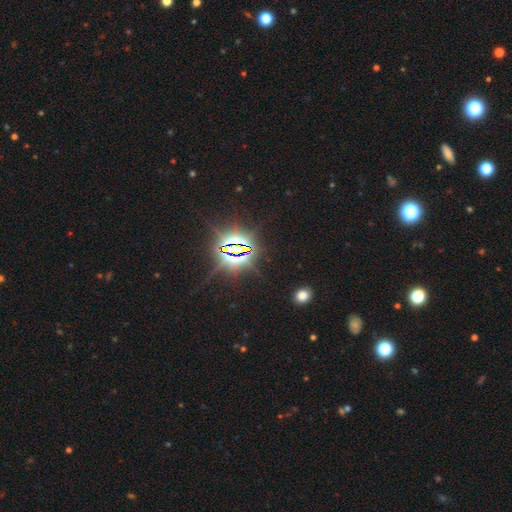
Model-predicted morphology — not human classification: Smooth or featured? star or artifact (84%)